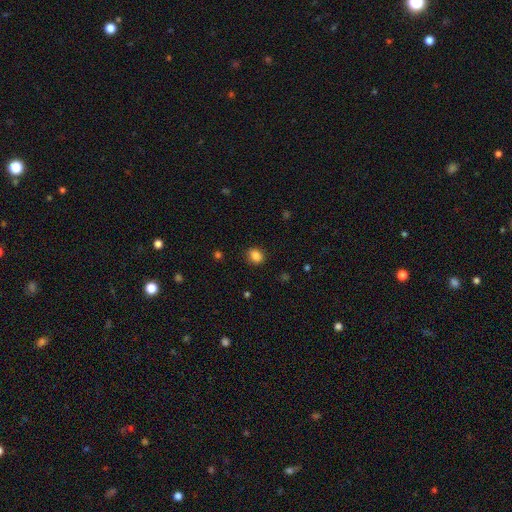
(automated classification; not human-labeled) Q: Smooth or featured?
A: smooth (86%); runner-up: star or artifact (11%)
Q: How rounded?
A: round (58%); runner-up: in between (41%)
Q: Merging?
A: none (87%); runner-up: minor disturbance (9%)